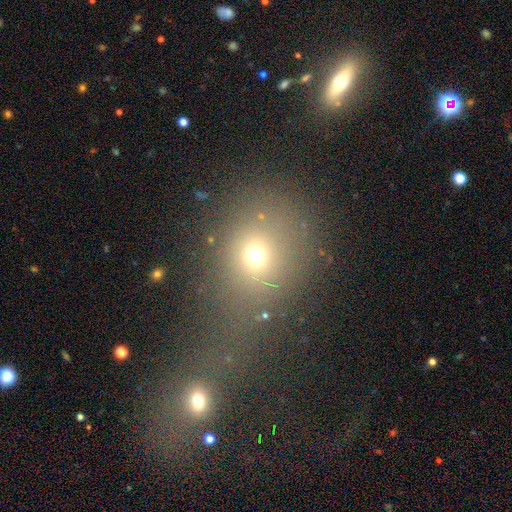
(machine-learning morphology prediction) smooth-or-featured: smooth: 67% | star or artifact: 22% | featured or disk: 11%
  how-rounded: round: 63% | in between: 35% | cigar-shaped: 2%
  merging: none: 69% | minor disturbance: 13% | major disturbance: 9% | merger: 9%